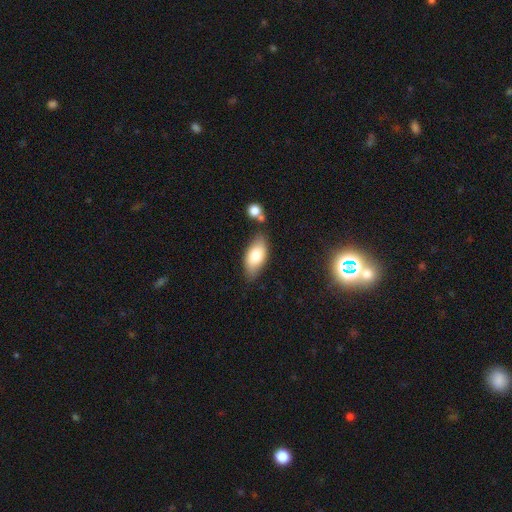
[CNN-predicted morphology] smooth 77%, featured or disk 16%, star or artifact 7%. Down the decision tree: how rounded — in between (90%); merging — none (75%).